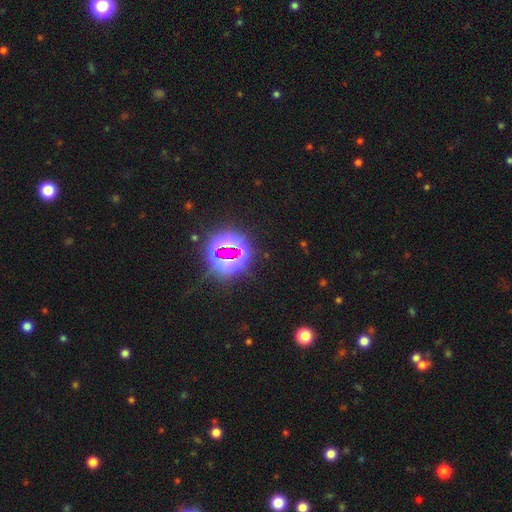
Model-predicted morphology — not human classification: smooth_or_featured: star or artifact (p=0.81) [alt: smooth p=0.12]